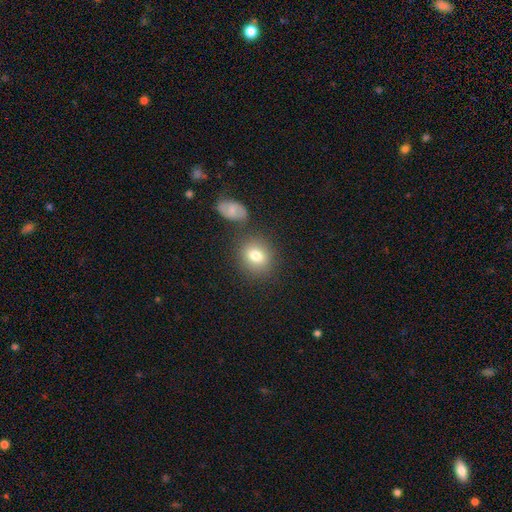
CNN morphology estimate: This appears to be a smooth galaxy with no disk features (79%) that is round (67%). Merging: none (75%).